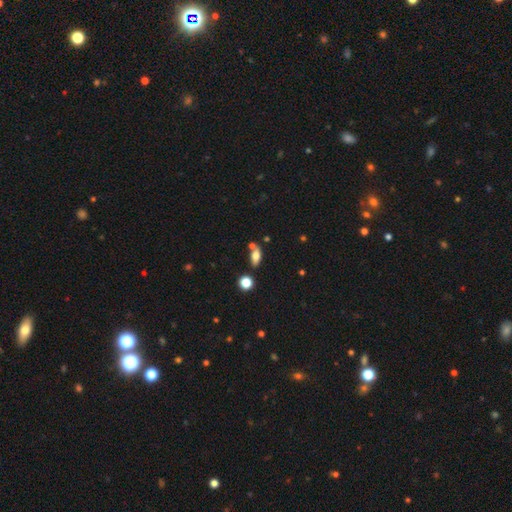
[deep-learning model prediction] Overall: smooth (71%). How rounded: in between (80%). Merging: none (65%).